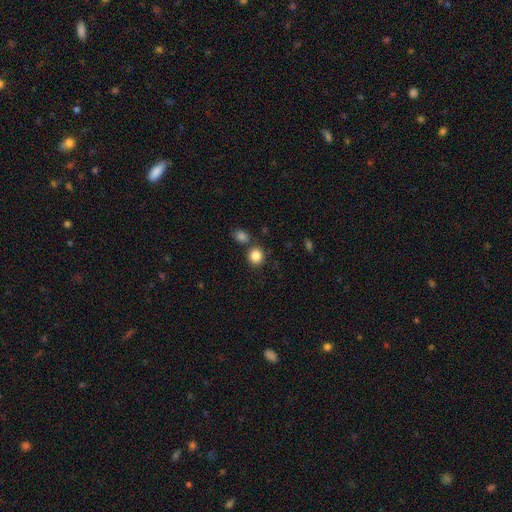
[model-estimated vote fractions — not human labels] This is clearly a smooth galaxy (86%). How rounded: clearly round (85%). Merging: likely none (76%).